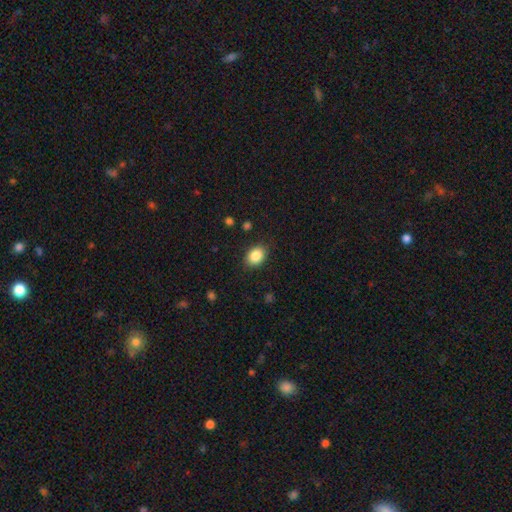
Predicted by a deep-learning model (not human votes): smooth 86%, star or artifact 9%, featured or disk 5%. Down the decision tree: how rounded — in between (66%); merging — none (86%).